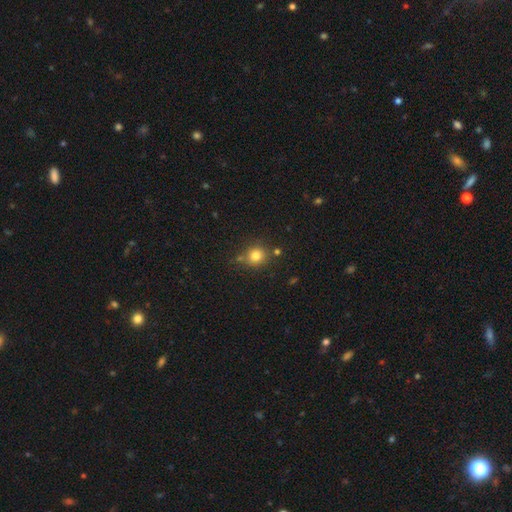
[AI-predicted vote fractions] Morphology: type=smooth (80%); roundness=round (85%); merging=none (76%).